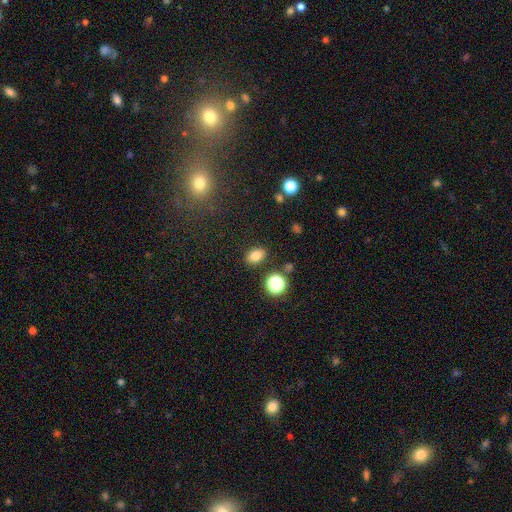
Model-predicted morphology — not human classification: smooth-or-featured: smooth: 81% | star or artifact: 13% | featured or disk: 6%
  how-rounded: in between: 78% | round: 21% | cigar-shaped: 1%
  merging: none: 85% | minor disturbance: 9% | merger: 3% | major disturbance: 3%